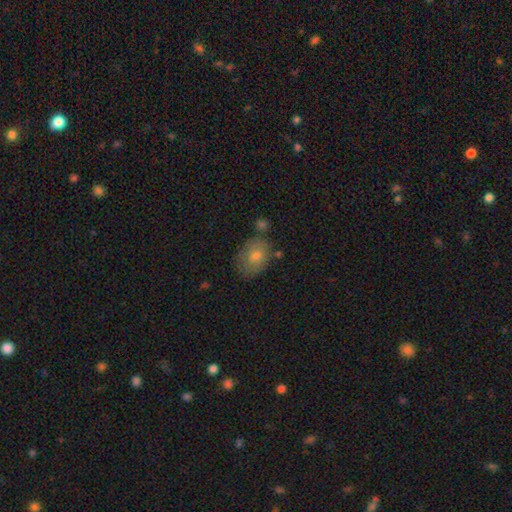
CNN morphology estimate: Smooth or featured?
  - smooth: 70% *
  - featured or disk: 20%
  - star or artifact: 10%
How rounded?
  - in between: 72% *
  - round: 27%
  - cigar-shaped: 1%
Merging?
  - none: 65% *
  - minor disturbance: 21%
  - merger: 8%
  - major disturbance: 6%